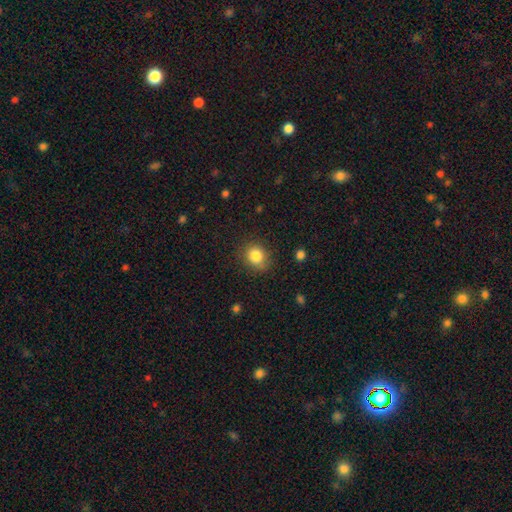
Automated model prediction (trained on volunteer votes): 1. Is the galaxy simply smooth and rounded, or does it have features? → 84% smooth, 10% star or artifact, 6% featured or disk.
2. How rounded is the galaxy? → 71% round, 28% in between, 1% cigar-shaped.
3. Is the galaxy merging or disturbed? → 82% none, 13% minor disturbance, 4% major disturbance, 1% merger.